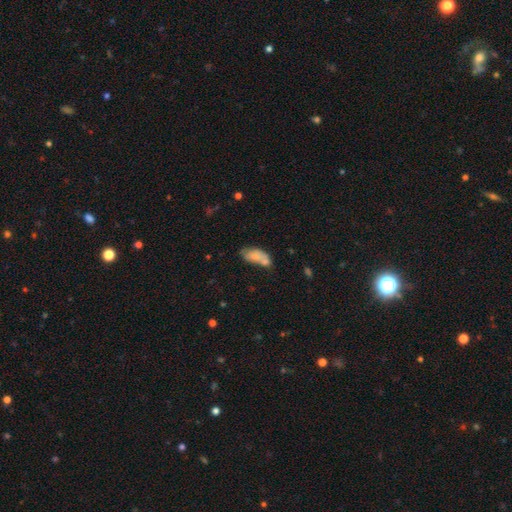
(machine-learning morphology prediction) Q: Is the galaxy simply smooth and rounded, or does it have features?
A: smooth — 72%.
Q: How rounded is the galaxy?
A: in between — 87%.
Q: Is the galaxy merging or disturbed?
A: none — 37%.